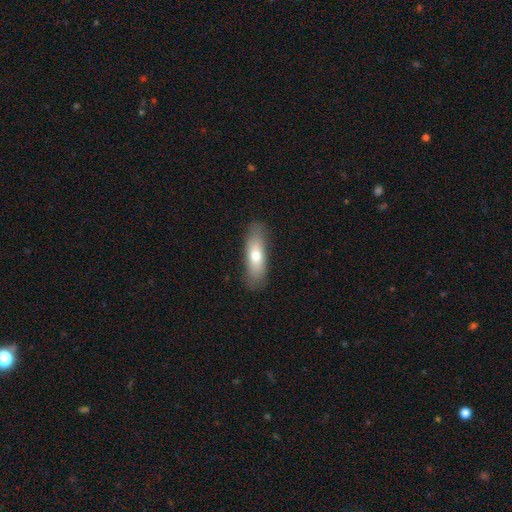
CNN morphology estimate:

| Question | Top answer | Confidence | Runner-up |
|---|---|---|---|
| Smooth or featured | smooth | 70% | featured or disk (24%) |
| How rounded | in between | 52% | cigar-shaped (45%) |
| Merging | none | 81% | minor disturbance (14%) |